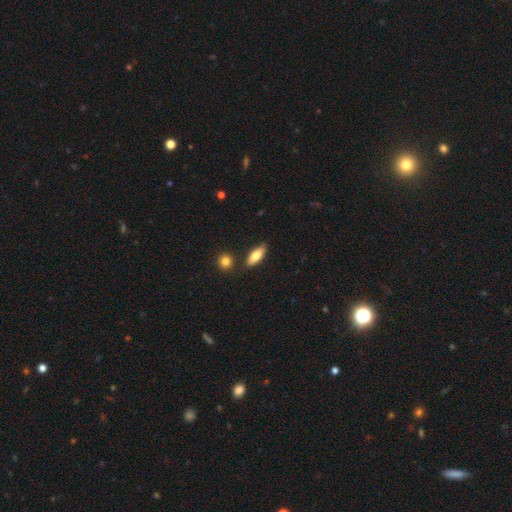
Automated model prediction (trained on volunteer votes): smooth 78%, featured or disk 16%, star or artifact 6%. Down the decision tree: how rounded — in between (68%); merging — none (82%).